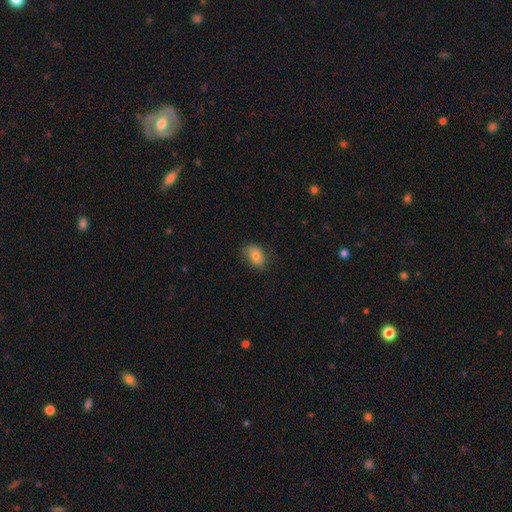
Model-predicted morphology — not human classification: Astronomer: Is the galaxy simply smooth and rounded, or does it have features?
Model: smooth — 79%.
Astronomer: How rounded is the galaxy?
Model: in between — 86%.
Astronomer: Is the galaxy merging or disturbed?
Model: none — 73%.